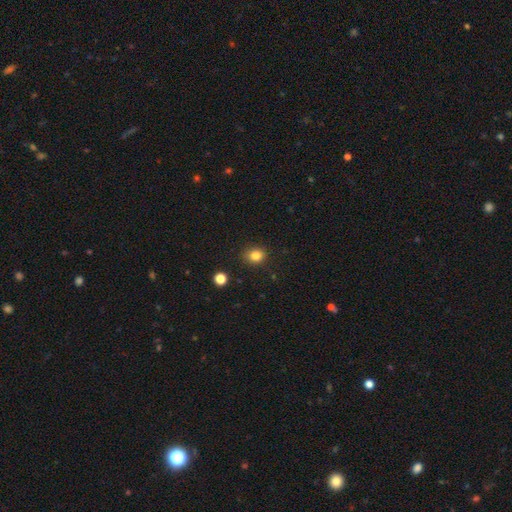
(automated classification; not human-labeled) The model was most divided on "how rounded": round: 67%, in between: 32%, cigar-shaped: 1%. More confident: merging — none (87%); smooth or featured — smooth (83%).